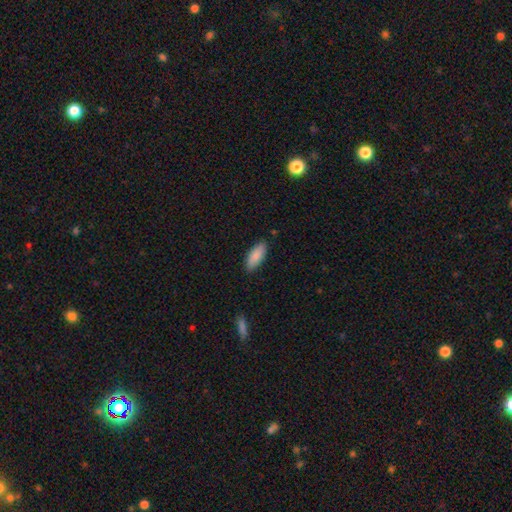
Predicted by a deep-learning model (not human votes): Overall: smooth (87%). How rounded: in between (79%). Merging: none (86%).